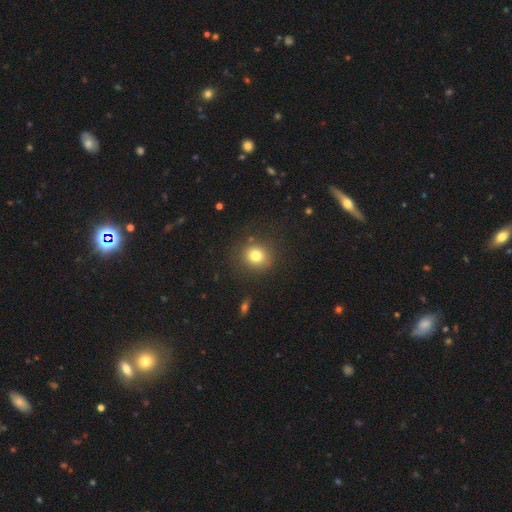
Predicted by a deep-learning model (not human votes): Overall: smooth (78%). How rounded: round (87%). Merging: none (84%).